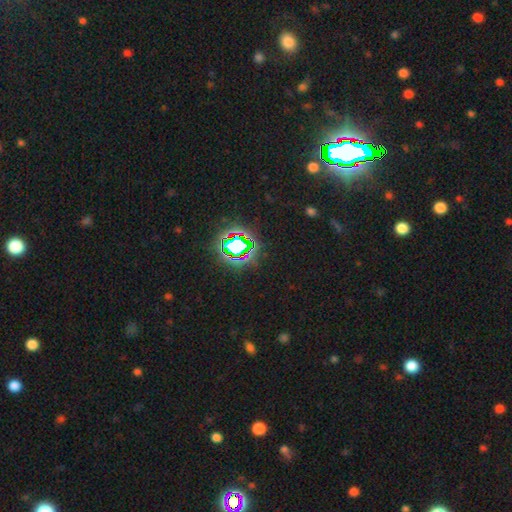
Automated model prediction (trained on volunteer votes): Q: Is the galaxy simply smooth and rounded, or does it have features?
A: star or artifact — 81%.